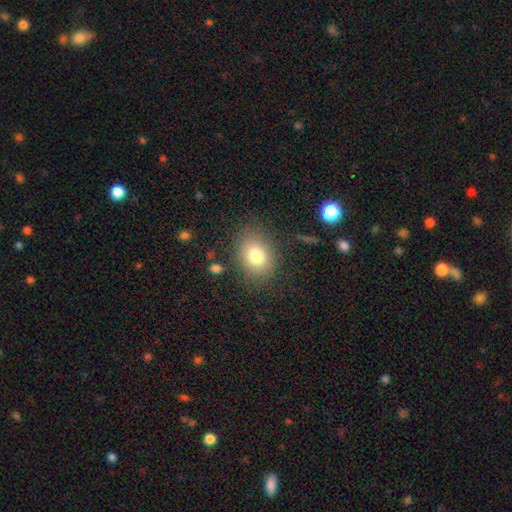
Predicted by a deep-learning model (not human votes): The model was most divided on "how rounded": in between: 54%, round: 45%, cigar-shaped: 1%. More confident: merging — none (81%); smooth or featured — smooth (78%).